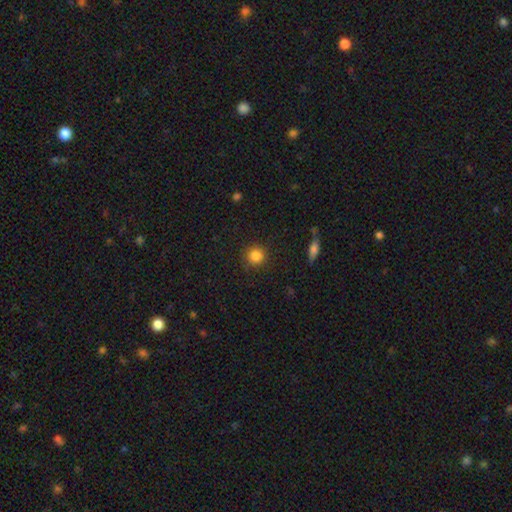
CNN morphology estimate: A smooth galaxy with no disk features (85%) that is round (93%). Merging: none (88%).